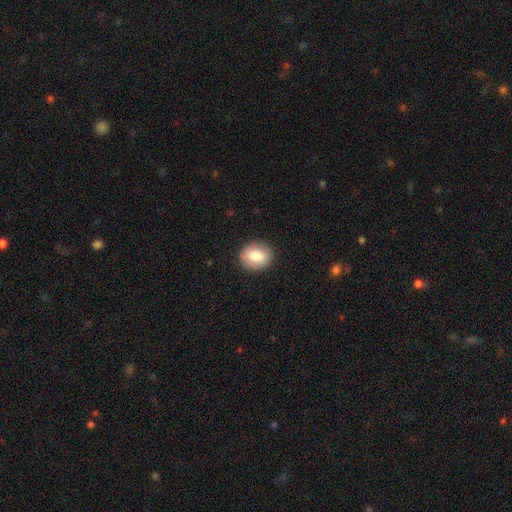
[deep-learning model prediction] A smooth galaxy with no disk features (80%) that is round (58%). Merging: none (86%).